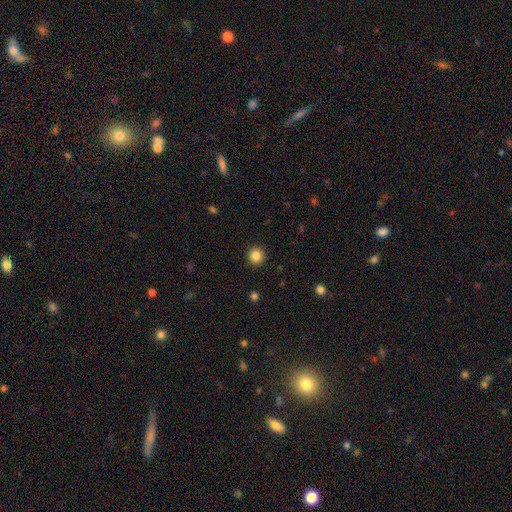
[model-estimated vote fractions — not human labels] A smooth galaxy with no disk features (85%) that is round (94%).

Vote fractions:
- Smooth or featured? smooth: 85% / star or artifact: 11% / featured or disk: 4%
- How rounded? round: 94% / in between: 5% / cigar-shaped: 1%
- Merging? none: 92% / minor disturbance: 5% / major disturbance: 2% / merger: 1%